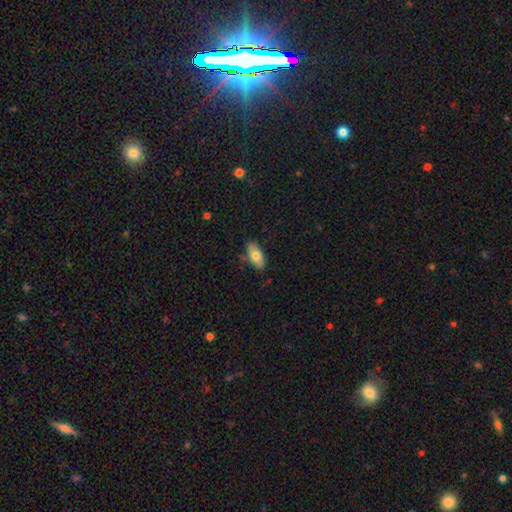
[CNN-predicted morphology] type=smooth (74%); roundness=in between (88%); merging=none (80%).